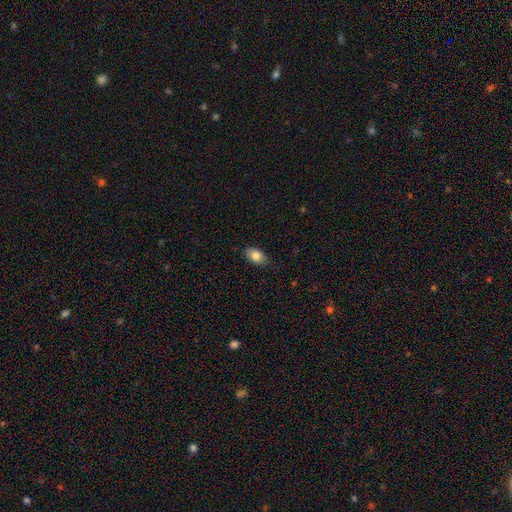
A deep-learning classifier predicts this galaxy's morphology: This is clearly a smooth galaxy (83%). How rounded: clearly in between (90%). Merging: clearly none (81%).